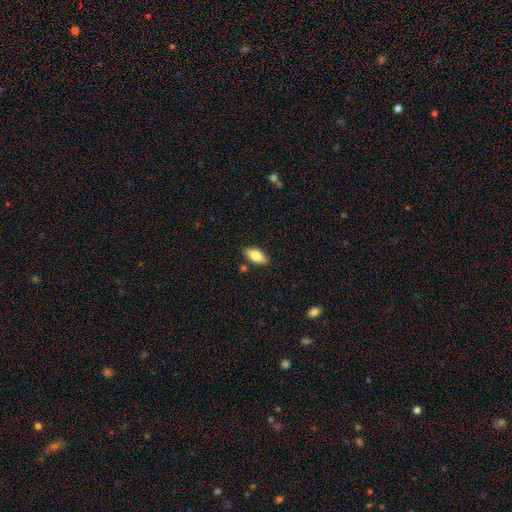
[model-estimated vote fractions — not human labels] Q: Smooth or featured?
A: smooth (79%); runner-up: featured or disk (14%)
Q: How rounded?
A: in between (88%); runner-up: cigar-shaped (9%)
Q: Merging?
A: none (85%); runner-up: minor disturbance (11%)